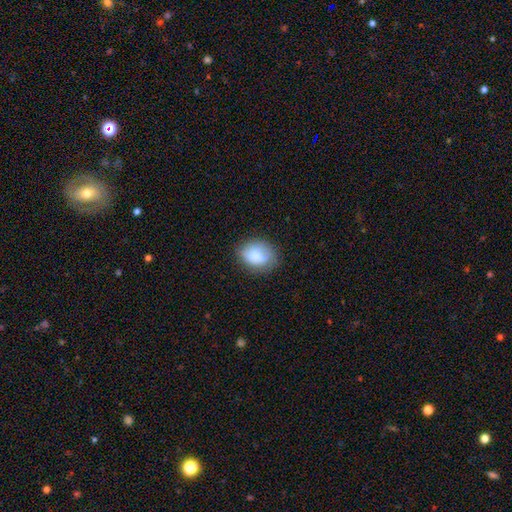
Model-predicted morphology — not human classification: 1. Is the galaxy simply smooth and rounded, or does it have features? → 82% smooth, 11% featured or disk, 7% star or artifact.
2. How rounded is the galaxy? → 63% in between, 36% round, 1% cigar-shaped.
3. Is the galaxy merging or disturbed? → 69% none, 22% minor disturbance, 7% major disturbance, 2% merger.